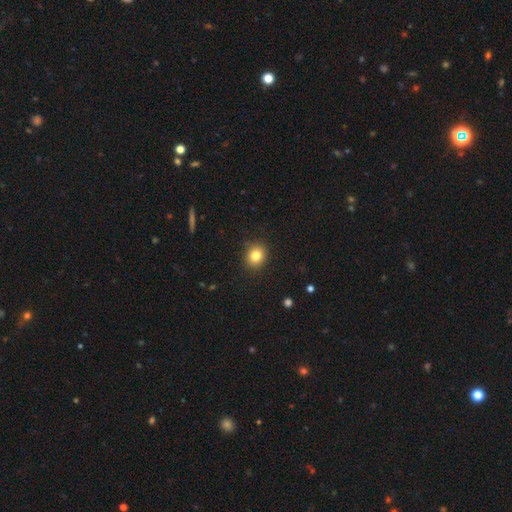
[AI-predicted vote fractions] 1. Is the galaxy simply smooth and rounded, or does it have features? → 82% smooth, 11% star or artifact, 7% featured or disk.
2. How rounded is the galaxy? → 77% round, 22% in between, 1% cigar-shaped.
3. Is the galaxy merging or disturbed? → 89% none, 8% minor disturbance, 2% major disturbance, 1% merger.